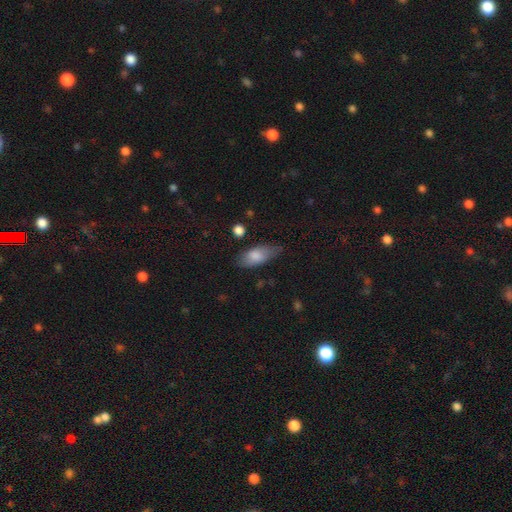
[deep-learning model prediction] This is likely a smooth galaxy (77%). How rounded: clearly in between (83%). Merging: likely none (65%).